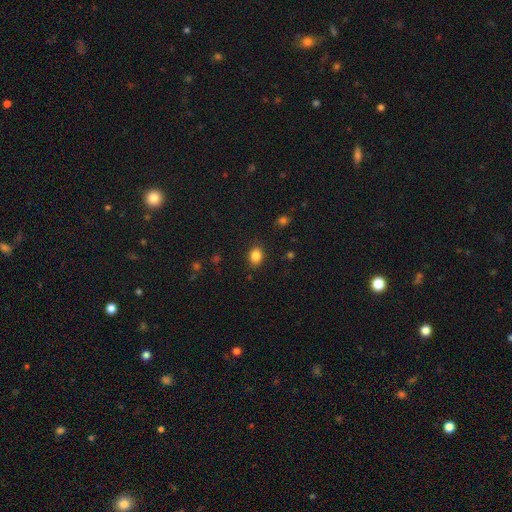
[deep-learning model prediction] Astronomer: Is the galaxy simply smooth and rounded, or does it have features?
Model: smooth — 86%.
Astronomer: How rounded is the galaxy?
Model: in between — 64%.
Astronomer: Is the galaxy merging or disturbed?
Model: none — 85%.